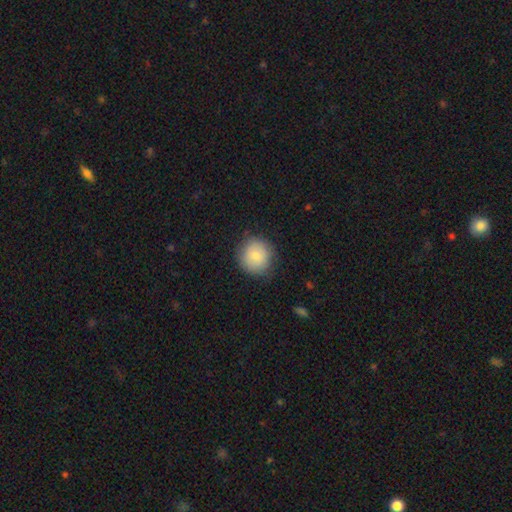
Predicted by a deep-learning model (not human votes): Smooth or featured: smooth — 82% (featured or disk — 10%)
How rounded: round — 90% (in between — 9%)
Merging: none — 82% (minor disturbance — 13%)